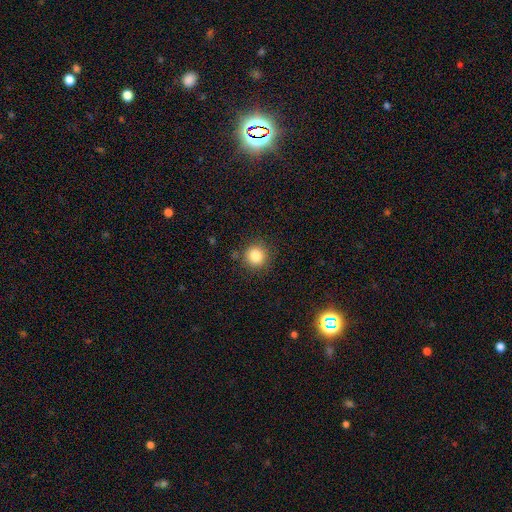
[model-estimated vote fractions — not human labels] This appears to be a smooth galaxy with no disk features (83%) that is round (93%). Merging: none (86%).